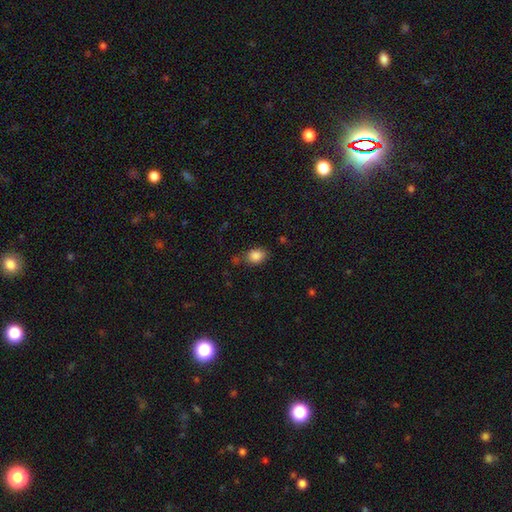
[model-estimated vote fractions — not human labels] Q: Smooth or featured?
A: smooth (86%); runner-up: star or artifact (9%)
Q: How rounded?
A: in between (67%); runner-up: round (31%)
Q: Merging?
A: none (69%); runner-up: minor disturbance (19%)